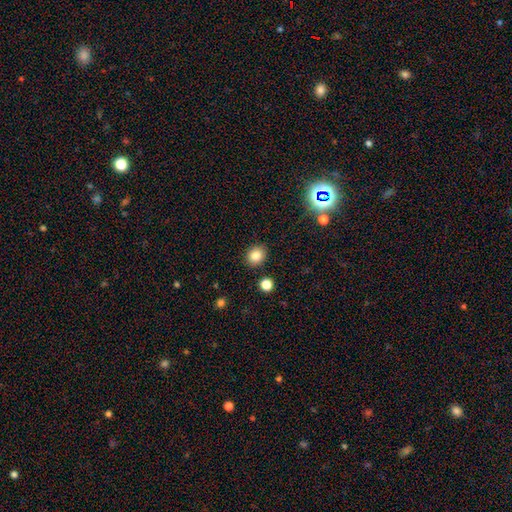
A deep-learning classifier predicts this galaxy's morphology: type=smooth (84%); roundness=round (62%); merging=none (88%).